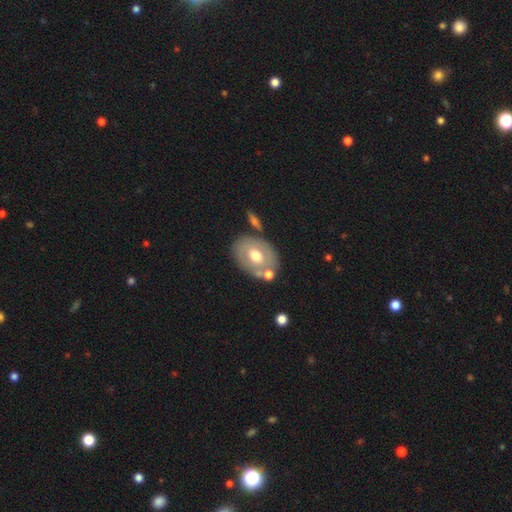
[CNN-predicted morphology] The model was most divided on "smooth or featured": smooth: 51%, featured or disk: 43%, star or artifact: 6%. More confident: how rounded — in between (76%); merging — none (71%).